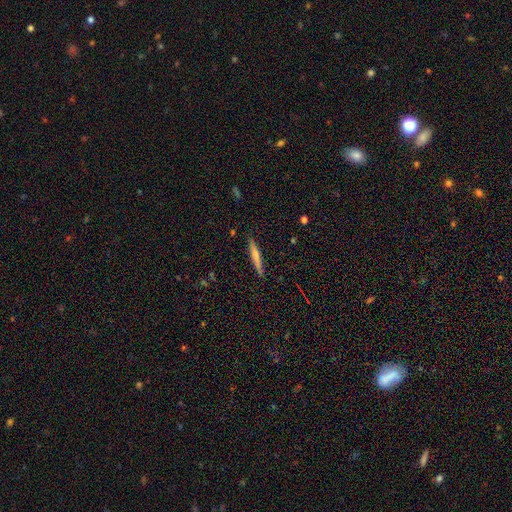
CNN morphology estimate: A smooth galaxy with no disk features (54%) that is cigar-shaped (93%).

Vote fractions:
- Smooth or featured? smooth: 54% / featured or disk: 39% / star or artifact: 7%
- How rounded? cigar-shaped: 93% / in between: 5% / round: 2%
- Merging? none: 88% / minor disturbance: 9% / major disturbance: 2% / merger: 1%